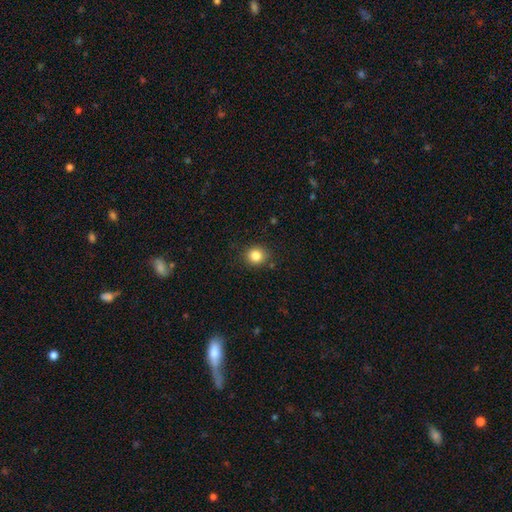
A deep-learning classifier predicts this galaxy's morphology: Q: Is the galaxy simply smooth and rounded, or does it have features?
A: smooth — 83%.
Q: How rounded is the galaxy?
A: round — 85%.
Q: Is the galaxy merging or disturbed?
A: none — 87%.